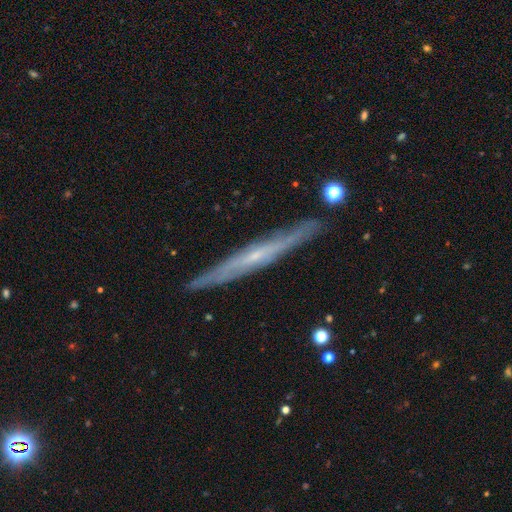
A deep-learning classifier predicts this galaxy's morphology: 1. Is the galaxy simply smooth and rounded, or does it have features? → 71% featured or disk, 22% smooth, 7% star or artifact.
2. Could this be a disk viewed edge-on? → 93% yes, 7% no.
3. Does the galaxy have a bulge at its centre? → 61% none, 34% rounded, 4% boxy.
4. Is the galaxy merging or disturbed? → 88% none, 9% minor disturbance, 2% major disturbance, 2% merger.